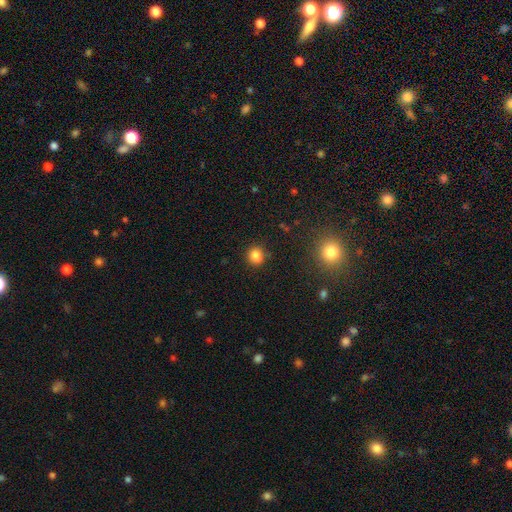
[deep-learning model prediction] Smooth or featured?
  - smooth: 82% *
  - star or artifact: 12%
  - featured or disk: 6%
How rounded?
  - round: 70% *
  - in between: 29%
  - cigar-shaped: 1%
Merging?
  - none: 74% *
  - minor disturbance: 15%
  - merger: 8%
  - major disturbance: 4%